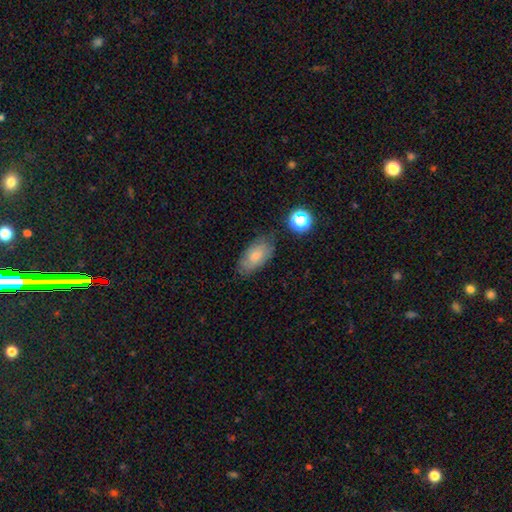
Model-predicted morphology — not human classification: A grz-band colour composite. It shows a smooth galaxy with no disk features (71%) that is in between round and cigar-shaped (91%). Merging: none (74%).